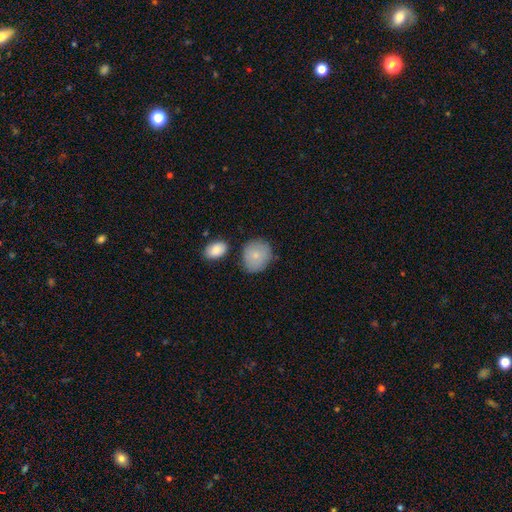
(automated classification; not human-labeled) smooth-or-featured: smooth: 82% | featured or disk: 12% | star or artifact: 7%
  how-rounded: round: 67% | in between: 32% | cigar-shaped: 1%
  merging: none: 71% | minor disturbance: 18% | merger: 7% | major disturbance: 4%